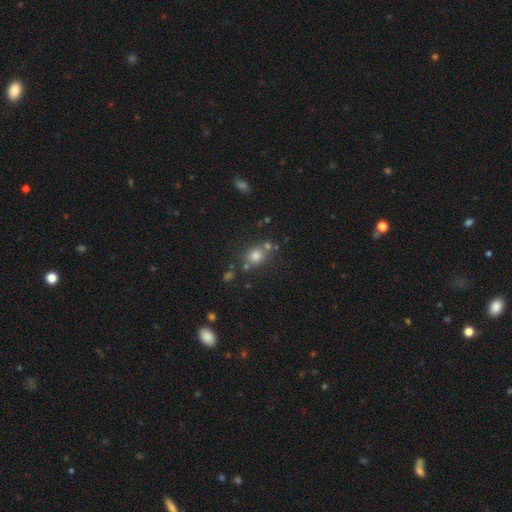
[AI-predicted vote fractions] smooth_or_featured: smooth (p=0.71) [alt: star or artifact p=0.18]
how_rounded: round (p=0.69) [alt: in between p=0.30]
merging: none (p=0.66) [alt: merger p=0.17]